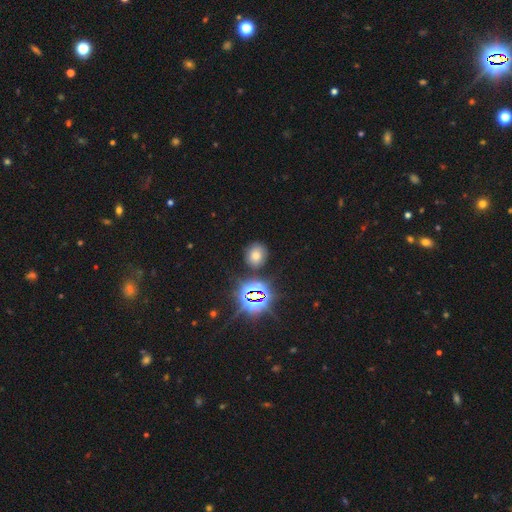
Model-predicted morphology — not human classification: The model was most divided on "smooth or featured": smooth: 59%, star or artifact: 31%, featured or disk: 10%. More confident: merging — none (84%); how rounded — round (77%).